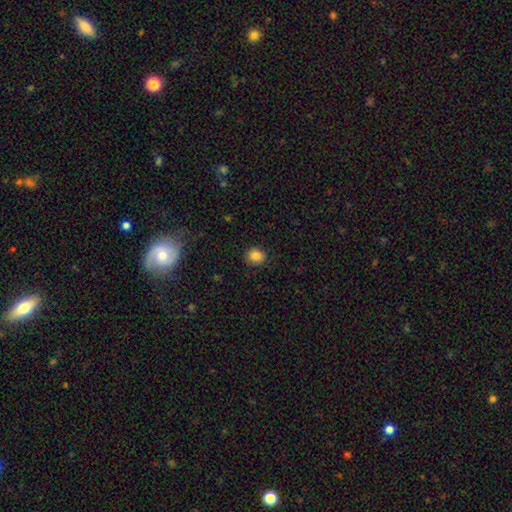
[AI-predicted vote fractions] A smooth galaxy with no disk features (85%) that is round (70%).

Vote fractions:
- Smooth or featured? smooth: 85% / star or artifact: 10% / featured or disk: 5%
- How rounded? round: 70% / in between: 29% / cigar-shaped: 1%
- Merging? none: 88% / minor disturbance: 9% / major disturbance: 2% / merger: 1%